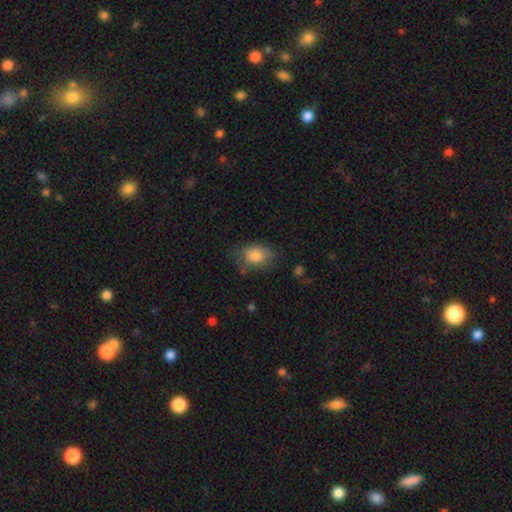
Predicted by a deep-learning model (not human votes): This is clearly a smooth galaxy (81%). How rounded: likely in between (74%). Merging: possibly none (55%).